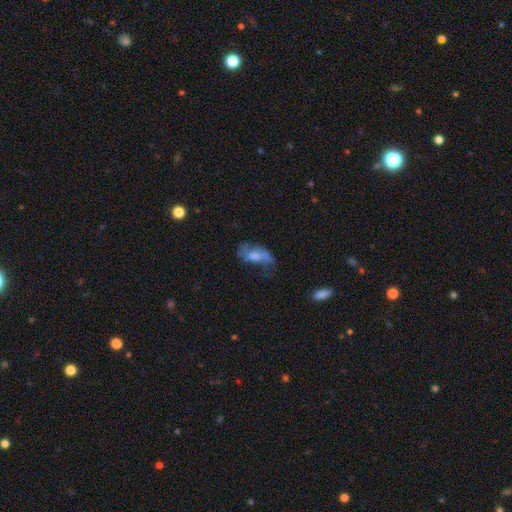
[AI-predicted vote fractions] Morphology: type=smooth (52%); roundness=in between (85%); merging=none (37%).